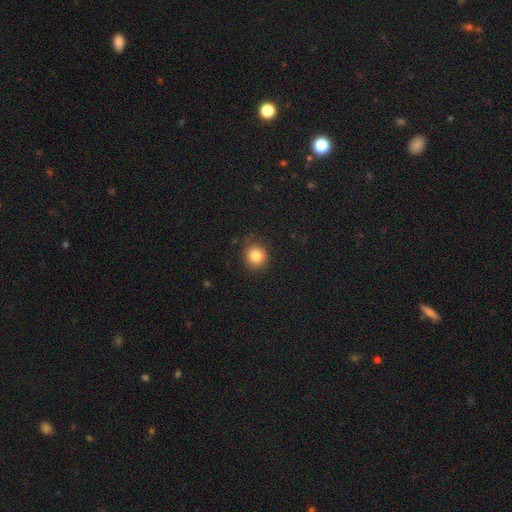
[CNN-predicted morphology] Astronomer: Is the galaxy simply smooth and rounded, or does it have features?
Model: smooth — 83%.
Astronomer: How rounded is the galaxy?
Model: round — 89%.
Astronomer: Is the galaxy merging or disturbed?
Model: none — 85%.